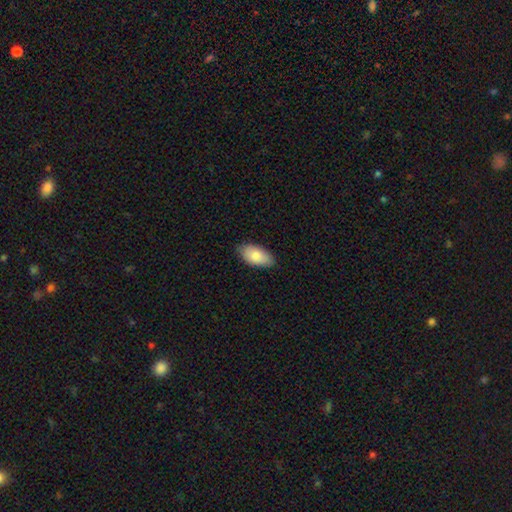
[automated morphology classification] Smooth or featured? Predicted: smooth (p=0.84). How rounded? Predicted: in between (p=0.94). Merging? Predicted: none (p=0.83).